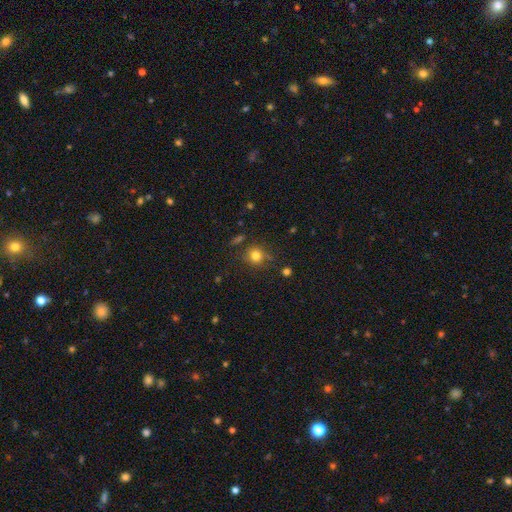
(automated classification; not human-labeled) Smooth or featured? smooth (78%)
How rounded? round (89%)
Merging? none (78%)